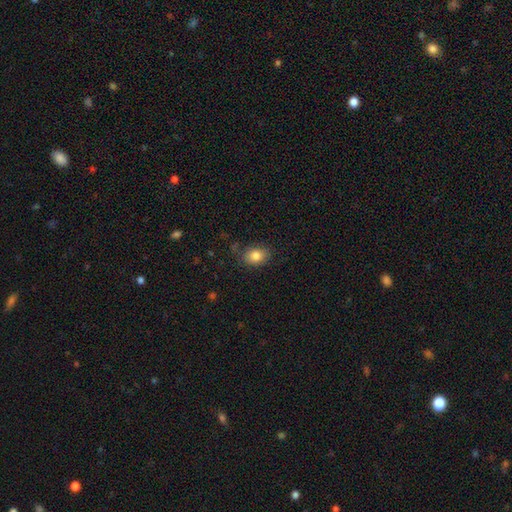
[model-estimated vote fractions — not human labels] Q: Smooth or featured?
A: smooth (83%); runner-up: star or artifact (9%)
Q: How rounded?
A: in between (67%); runner-up: round (32%)
Q: Merging?
A: none (81%); runner-up: minor disturbance (14%)